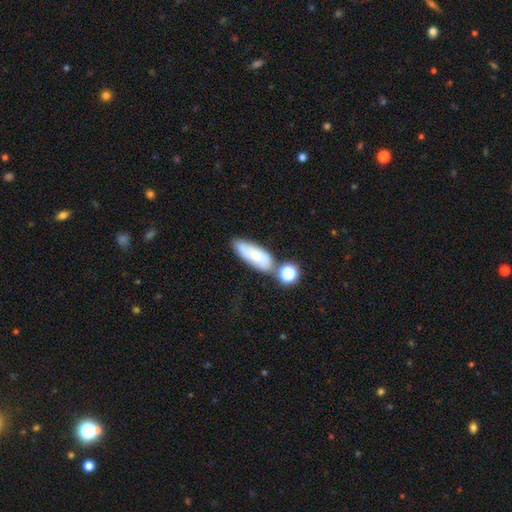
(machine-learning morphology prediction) smooth 67%, featured or disk 24%, star or artifact 9%. Down the decision tree: how rounded — in between (65%); merging — none (54%).